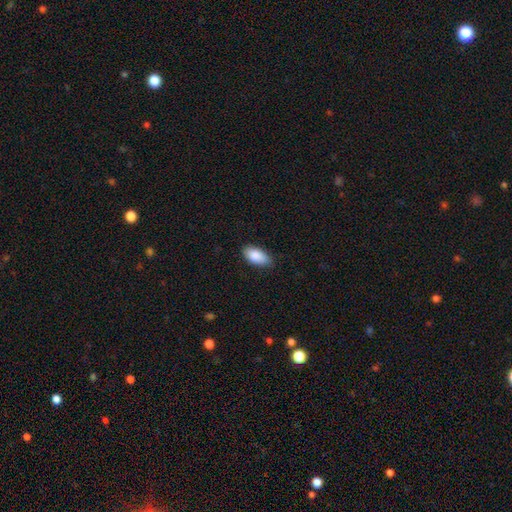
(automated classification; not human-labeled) Q: Smooth or featured?
A: smooth (89%); runner-up: star or artifact (6%)
Q: How rounded?
A: in between (93%); runner-up: cigar-shaped (4%)
Q: Merging?
A: none (80%); runner-up: minor disturbance (16%)